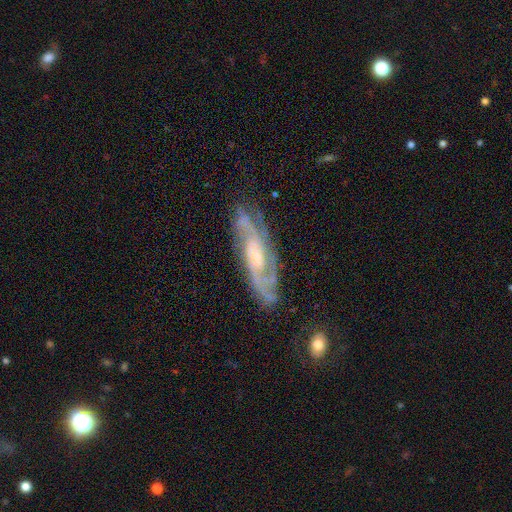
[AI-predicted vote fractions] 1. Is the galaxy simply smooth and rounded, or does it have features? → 87% featured or disk, 7% smooth, 6% star or artifact.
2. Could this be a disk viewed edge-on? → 86% no, 14% yes.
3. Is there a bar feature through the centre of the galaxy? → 48% no, 40% weak, 12% strong.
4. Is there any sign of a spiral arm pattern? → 97% yes, 3% no.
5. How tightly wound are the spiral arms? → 51% tight, 40% medium, 9% loose.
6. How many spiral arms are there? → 35% 2, 24% 3, 23% can't tell, 10% 4, 5% more than 4, 4% 1.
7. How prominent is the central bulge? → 47% small, 40% moderate, 7% none, 5% large, 1% dominant.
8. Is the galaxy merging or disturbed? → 75% none, 17% minor disturbance, 6% major disturbance, 2% merger.